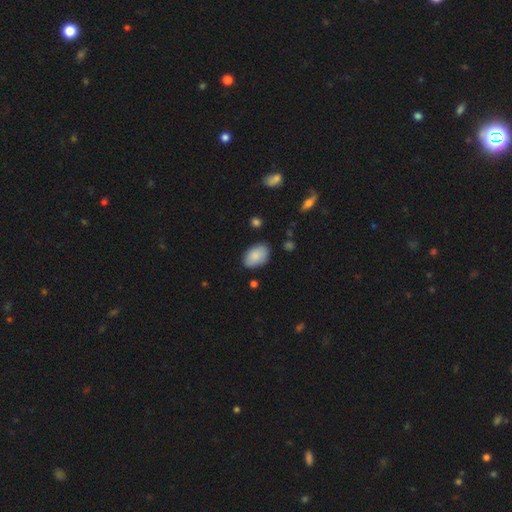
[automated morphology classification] The model was most divided on "merging": none: 81%, minor disturbance: 15%, major disturbance: 3%, merger: 2%. More confident: how rounded — in between (91%); smooth or featured — smooth (87%).